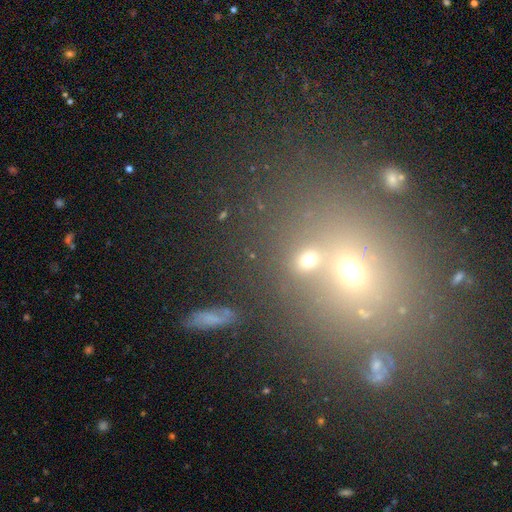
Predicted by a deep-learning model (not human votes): smooth_or_featured: smooth (p=0.47) [alt: star or artifact p=0.37]
merging: none (p=0.65) [alt: merger p=0.18]